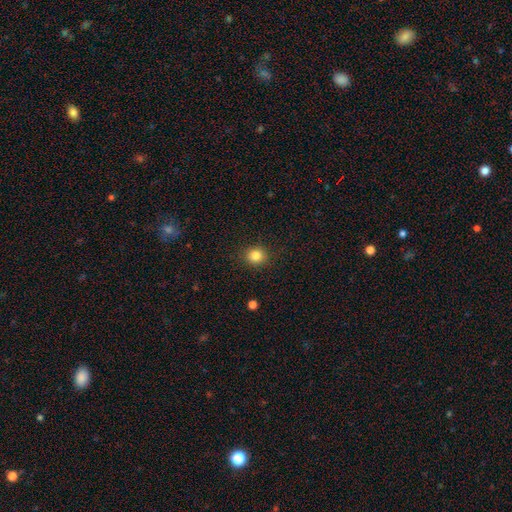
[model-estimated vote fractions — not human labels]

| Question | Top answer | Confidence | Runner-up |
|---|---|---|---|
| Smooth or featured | smooth | 83% | star or artifact (11%) |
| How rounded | round | 84% | in between (15%) |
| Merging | none | 89% | minor disturbance (7%) |